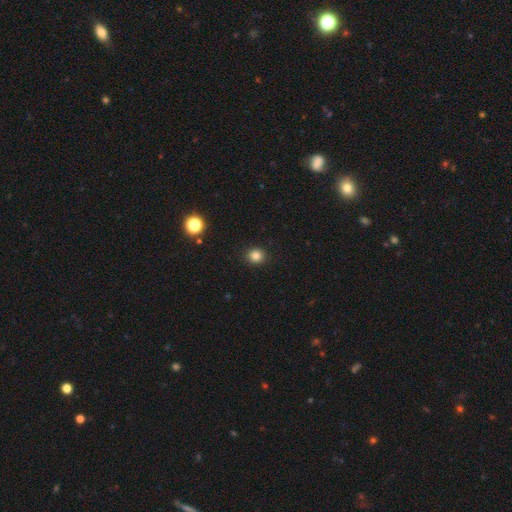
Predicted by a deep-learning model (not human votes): A smooth galaxy with no disk features (83%) that is round (86%).

Vote fractions:
- Smooth or featured? smooth: 83% / star or artifact: 13% / featured or disk: 4%
- How rounded? round: 86% / in between: 14% / cigar-shaped: 1%
- Merging? none: 92% / minor disturbance: 5% / major disturbance: 2% / merger: 1%